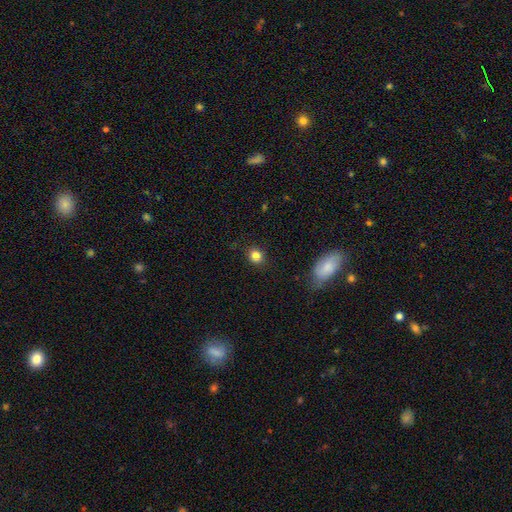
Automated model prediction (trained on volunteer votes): Smooth or featured: smooth — 83% (star or artifact — 11%)
How rounded: round — 76% (in between — 23%)
Merging: none — 88% (minor disturbance — 9%)